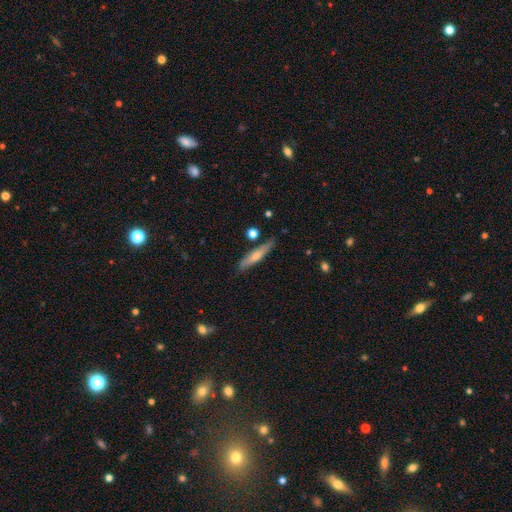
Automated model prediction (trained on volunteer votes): A featured or disk galaxy (48%).

Vote fractions:
- Smooth or featured? featured or disk: 48% / smooth: 45% / star or artifact: 7%
- Merging? none: 84% / minor disturbance: 11% / merger: 3% / major disturbance: 2%